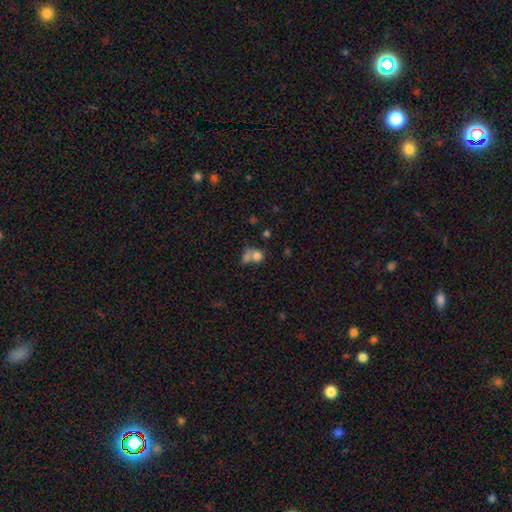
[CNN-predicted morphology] A smooth galaxy with no disk features (75%) that is round (68%).

Vote fractions:
- Smooth or featured? smooth: 75% / featured or disk: 13% / star or artifact: 12%
- How rounded? round: 68% / in between: 31% / cigar-shaped: 1%
- Merging? merger: 54% / none: 30% / minor disturbance: 9% / major disturbance: 7%